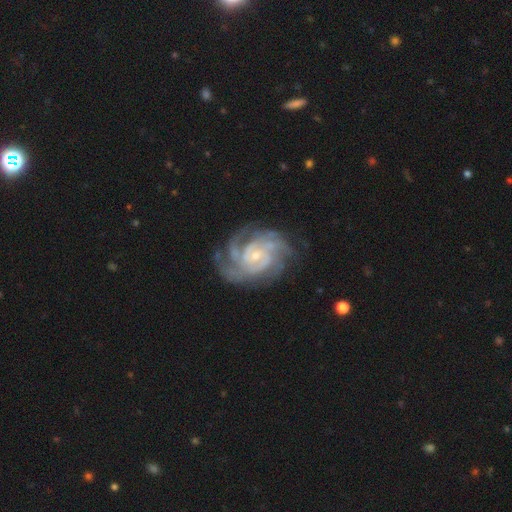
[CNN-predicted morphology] Smooth or featured?
  - featured or disk: 91% *
  - star or artifact: 5%
  - smooth: 4%
Edge-on disk?
  - no: 98% *
  - yes: 2%
Bar?
  - no: 59% *
  - weak: 32%
  - strong: 9%
Spiral arms?
  - yes: 98% *
  - no: 2%
Spiral winding?
  - tight: 64% *
  - medium: 32%
  - loose: 5%
Spiral arm count?
  - 3: 27% * (tied)
  - 4: 27% * (tied)
  - can't tell: 18%
  - 2: 13%
  - more than 4: 9%
  - 1: 7%
Bulge size?
  - small: 73% *
  - moderate: 22%
  - none: 2%
  - large: 1%
  - dominant: 1%
Merging?
  - none: 72% *
  - minor disturbance: 17%
  - major disturbance: 9%
  - merger: 2%